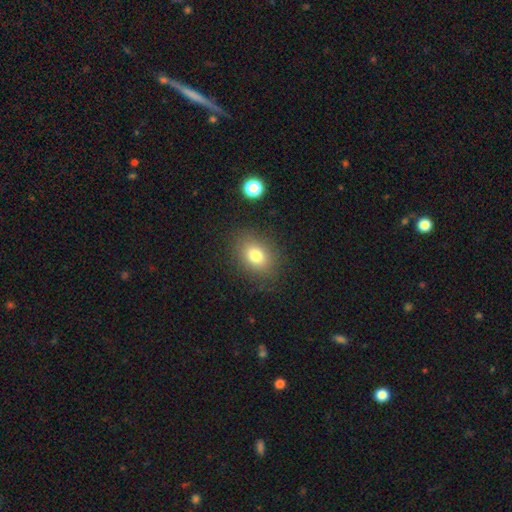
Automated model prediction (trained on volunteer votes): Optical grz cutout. It shows a smooth galaxy with no disk features (78%) that is in between round and cigar-shaped (66%). Merging: none (85%).